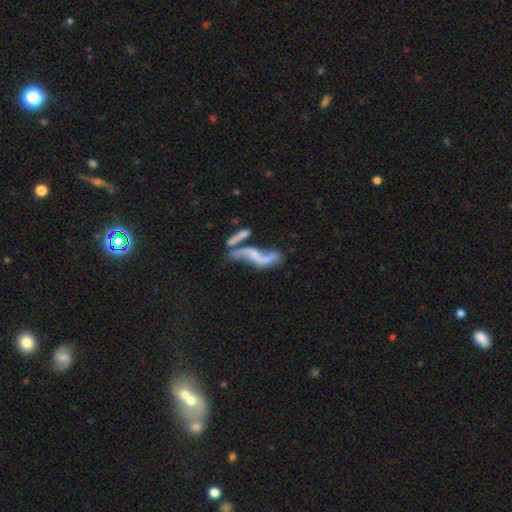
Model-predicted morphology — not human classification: smooth_or_featured: featured or disk (p=0.71) [alt: smooth p=0.19]
disk_edge_on: no (p=0.83) [alt: yes p=0.17]
bar: no (p=0.58) [alt: weak p=0.28]
has_spiral_arms: yes (p=0.75) [alt: no p=0.25]
bulge_size: none (p=0.45) [alt: small p=0.37]
merging: merger (p=0.43) [alt: none p=0.26]